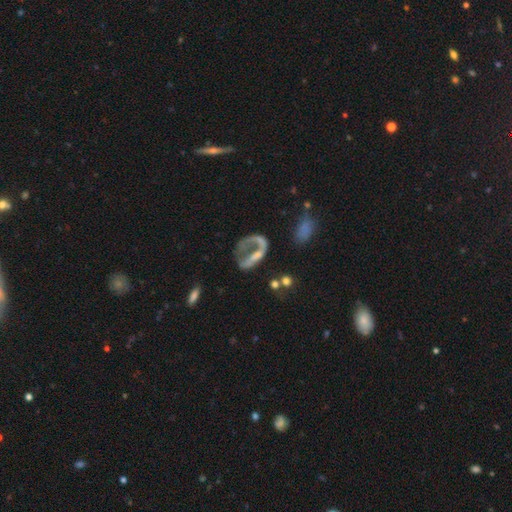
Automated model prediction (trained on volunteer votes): Smooth or featured? featured or disk (58%)
Edge-on disk? no (93%)
Bar? no (67%)
Spiral arms? no (70%)
Bulge size? none (51%)
Merging? major disturbance (46%)